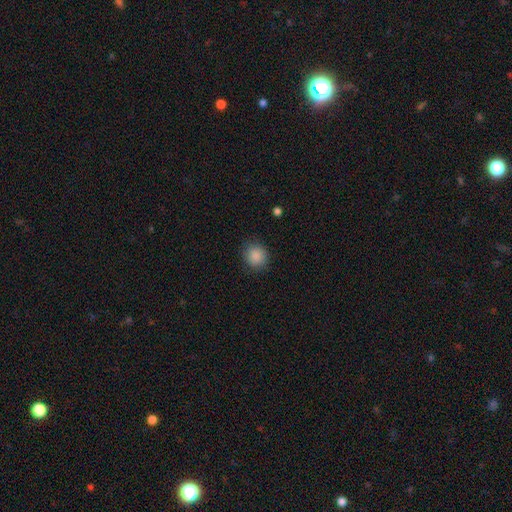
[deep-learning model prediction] Smooth or featured?
  - smooth: 88% *
  - star or artifact: 9%
  - featured or disk: 3%
How rounded?
  - round: 88% *
  - in between: 11%
  - cigar-shaped: 1%
Merging?
  - none: 87% *
  - minor disturbance: 9%
  - major disturbance: 3%
  - merger: 1%